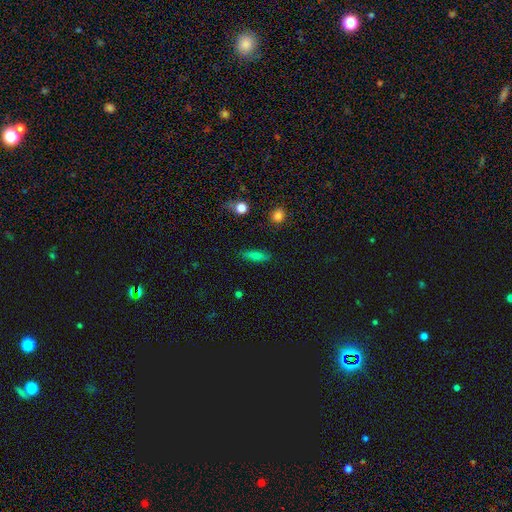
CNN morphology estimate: smooth_or_featured: smooth (p=0.69) [alt: featured or disk p=0.19]
how_rounded: cigar-shaped (p=0.51) [alt: in between p=0.44]
merging: none (p=0.85) [alt: minor disturbance p=0.10]